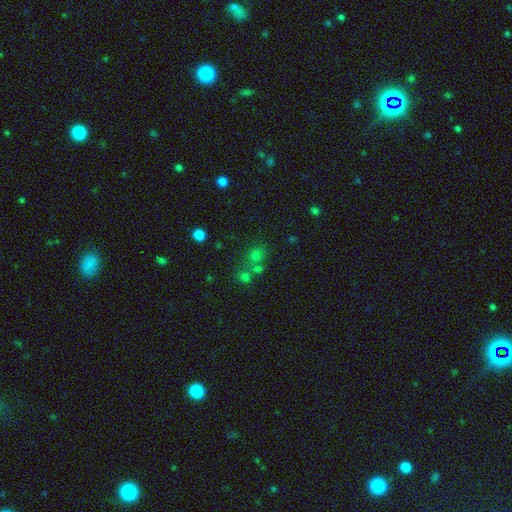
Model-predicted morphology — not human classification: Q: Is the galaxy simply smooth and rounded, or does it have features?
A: smooth — 54%.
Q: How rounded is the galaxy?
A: round — 83%.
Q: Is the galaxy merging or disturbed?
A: none — 56%.